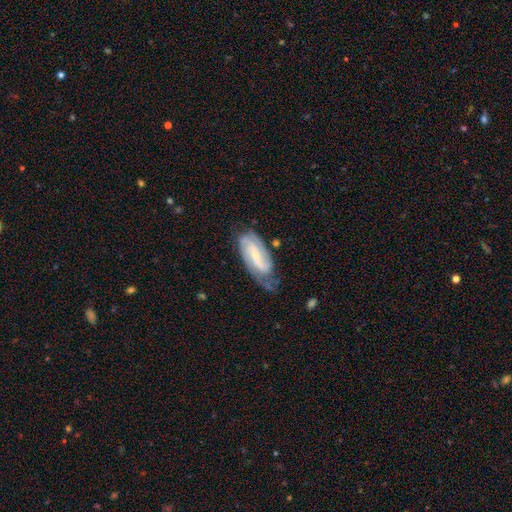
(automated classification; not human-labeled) This is clearly a featured or disk galaxy (80%). It is clearly not viewed edge-on (95%). Bar: marginally weak (45%). Spiral arm pattern: clearly yes (95%). Spiral arm count: likely 2 (71%). Spiral winding: marginally medium (44%). Central bulge: likely small (68%). Merging: possibly none (60%).